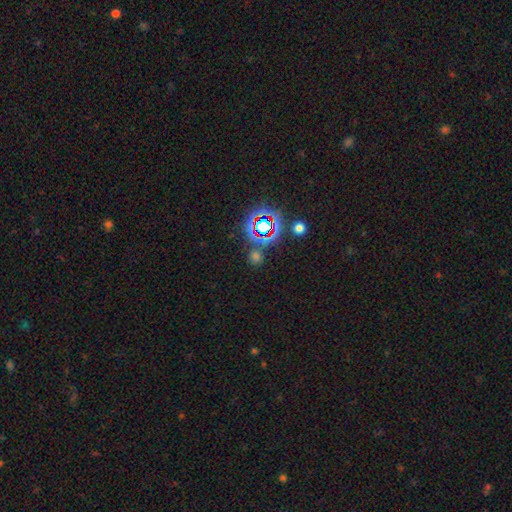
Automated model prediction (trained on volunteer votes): Morphology: type=smooth (50%); roundness=round (84%); merging=none (74%).